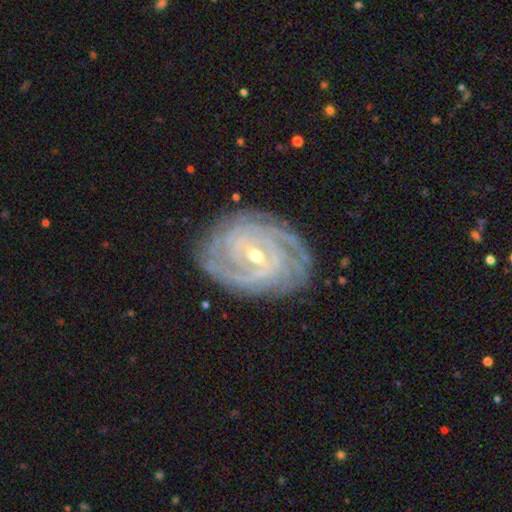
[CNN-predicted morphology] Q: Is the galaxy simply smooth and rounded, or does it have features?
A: featured or disk — 91%.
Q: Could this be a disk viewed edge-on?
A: no — 97%.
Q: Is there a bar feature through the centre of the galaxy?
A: weak — 49%.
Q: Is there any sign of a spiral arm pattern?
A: yes — 98%.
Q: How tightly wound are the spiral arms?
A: tight — 85%.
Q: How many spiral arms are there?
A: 4 — 29%.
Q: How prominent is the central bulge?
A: small — 54%.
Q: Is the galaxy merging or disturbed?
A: none — 82%.